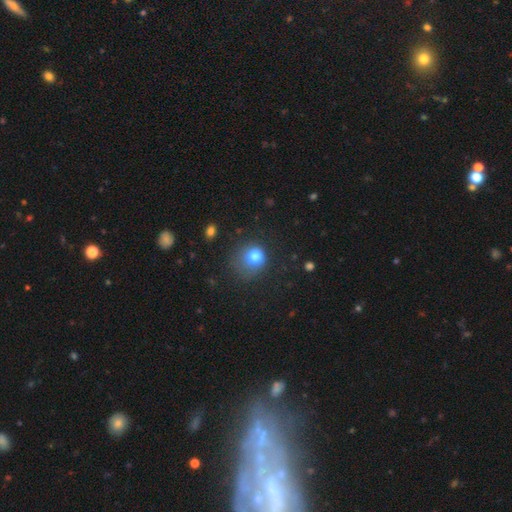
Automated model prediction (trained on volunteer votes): Smooth or featured? smooth (78%)
How rounded? round (72%)
Merging? none (47%)